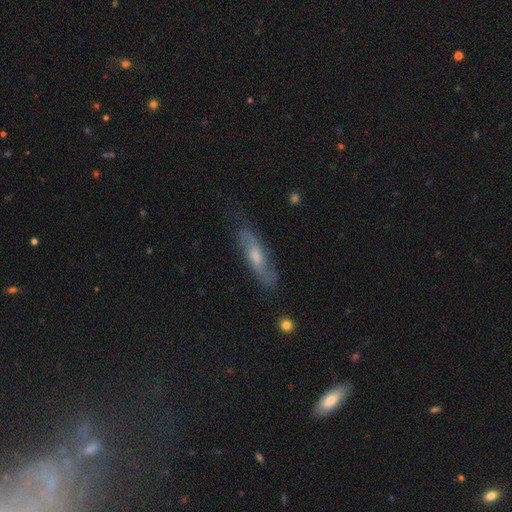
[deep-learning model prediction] A featured or disk galaxy (65%).

Vote fractions:
- Smooth or featured? featured or disk: 65% / smooth: 25% / star or artifact: 10%
- Edge-on disk? no: 64% / yes: 36%
- Merging? none: 78% / minor disturbance: 16% / major disturbance: 5% / merger: 2%